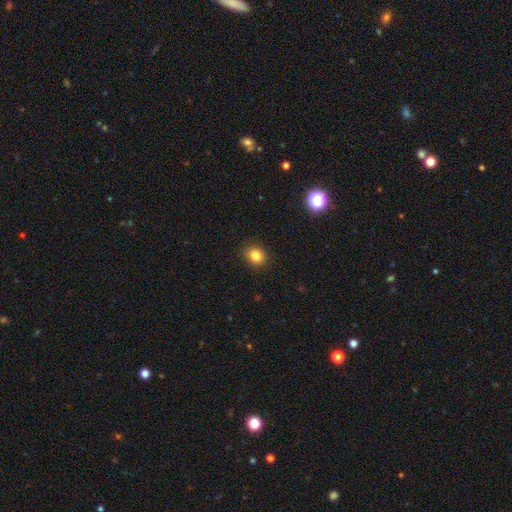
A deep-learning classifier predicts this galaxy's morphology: A smooth galaxy with no disk features (84%) that is round (67%).

Vote fractions:
- Smooth or featured? smooth: 84% / star or artifact: 11% / featured or disk: 5%
- How rounded? round: 67% / in between: 32% / cigar-shaped: 1%
- Merging? none: 90% / minor disturbance: 7% / major disturbance: 2% / merger: 1%